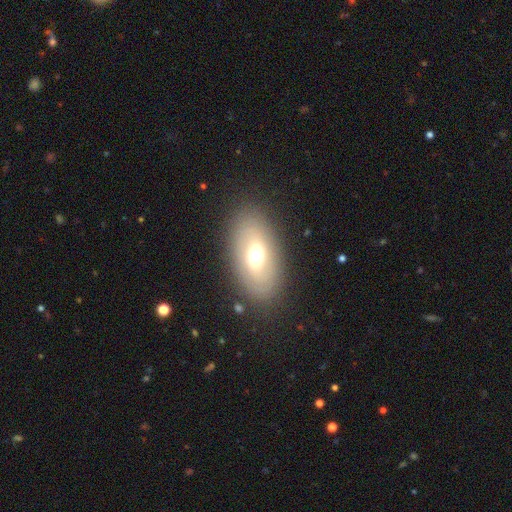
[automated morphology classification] The model was most divided on "smooth or featured": smooth: 51%, featured or disk: 40%, star or artifact: 9%. More confident: how rounded — in between (89%); merging — none (83%).